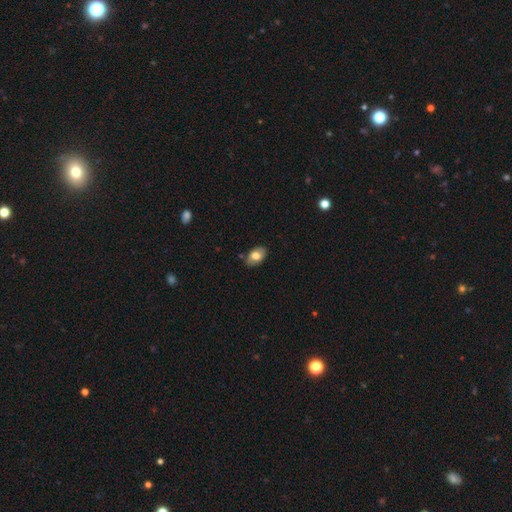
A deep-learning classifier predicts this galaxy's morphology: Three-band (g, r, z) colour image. It shows a smooth galaxy with no disk features (74%) that is in between round and cigar-shaped (90%). Merging: none (80%).